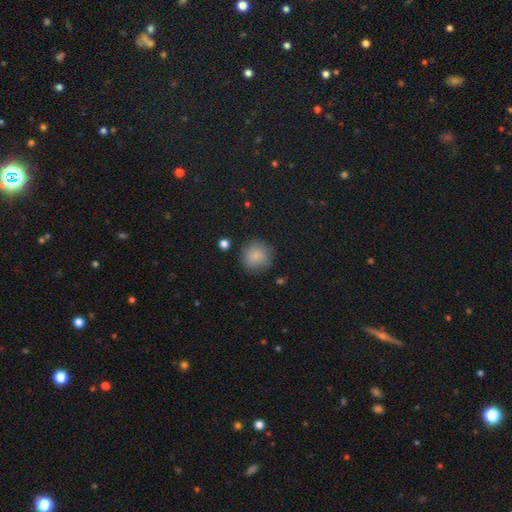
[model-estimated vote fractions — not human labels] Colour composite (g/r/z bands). It shows a smooth galaxy with no disk features (85%) that is round (91%). Merging: none (81%).